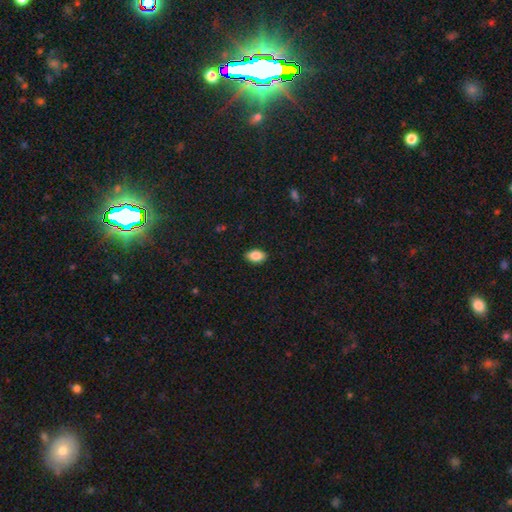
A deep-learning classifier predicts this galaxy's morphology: This is clearly a smooth galaxy (87%). How rounded: clearly in between (90%). Merging: clearly none (89%).